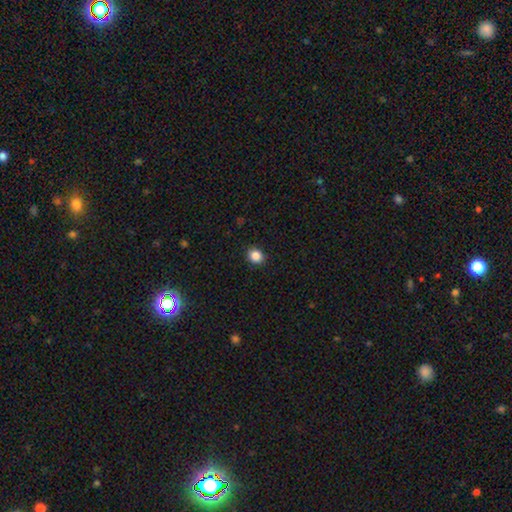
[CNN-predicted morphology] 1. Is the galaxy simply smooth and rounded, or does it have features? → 86% smooth, 11% star or artifact, 4% featured or disk.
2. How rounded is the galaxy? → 73% round, 26% in between, 1% cigar-shaped.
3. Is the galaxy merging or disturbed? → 91% none, 6% minor disturbance, 2% major disturbance, 1% merger.